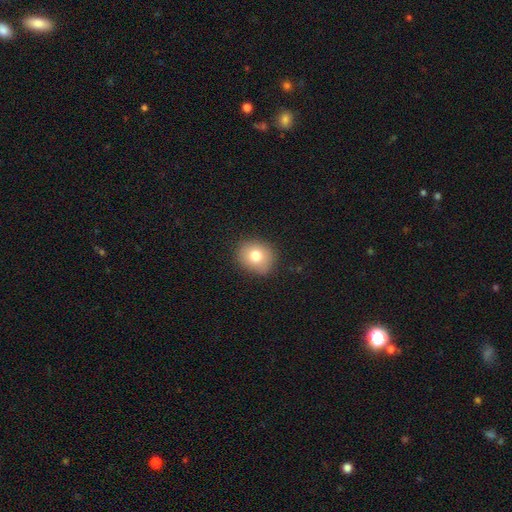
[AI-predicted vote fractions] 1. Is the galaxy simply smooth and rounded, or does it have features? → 77% smooth, 12% featured or disk, 10% star or artifact.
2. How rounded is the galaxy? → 71% round, 28% in between, 1% cigar-shaped.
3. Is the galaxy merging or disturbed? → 86% none, 11% minor disturbance, 3% major disturbance, 1% merger.